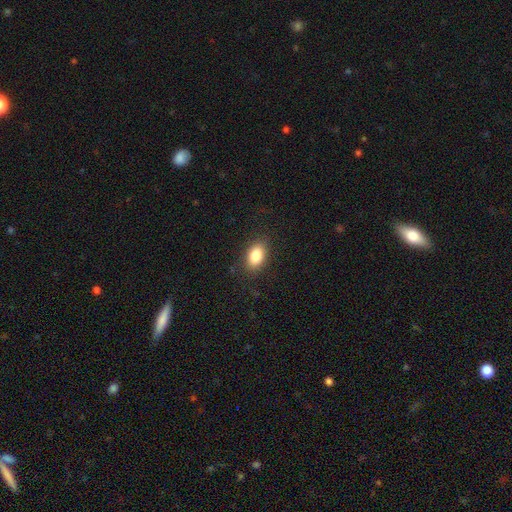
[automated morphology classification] Smooth or featured? Predicted: smooth (p=0.84). How rounded? Predicted: in between (p=0.88). Merging? Predicted: none (p=0.85).